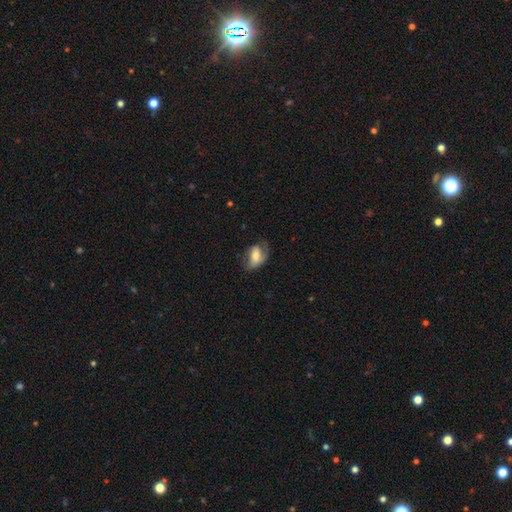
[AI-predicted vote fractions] A smooth galaxy with no disk features (51%) that is in between round and cigar-shaped (85%).

Vote fractions:
- Smooth or featured? smooth: 51% / featured or disk: 42% / star or artifact: 7%
- How rounded? in between: 85% / round: 13% / cigar-shaped: 3%
- Merging? none: 50% / minor disturbance: 29% / major disturbance: 20% / merger: 2%